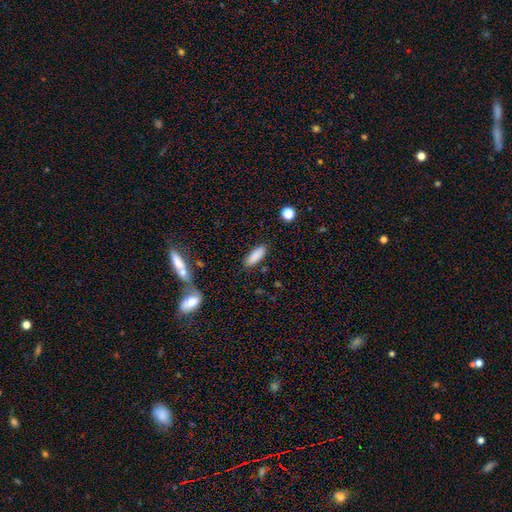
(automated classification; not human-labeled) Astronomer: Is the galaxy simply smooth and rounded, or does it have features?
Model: smooth — 87%.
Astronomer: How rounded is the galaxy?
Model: in between — 63%.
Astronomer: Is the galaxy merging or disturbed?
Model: none — 85%.